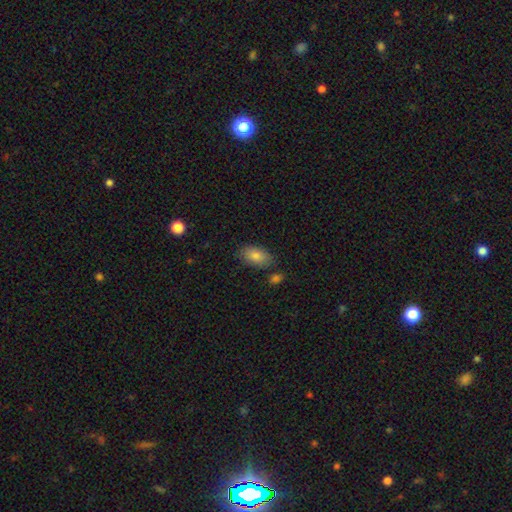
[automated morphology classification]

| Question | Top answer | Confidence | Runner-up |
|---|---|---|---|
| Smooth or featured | smooth | 82% | featured or disk (10%) |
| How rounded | in between | 91% | round (7%) |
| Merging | none | 79% | minor disturbance (13%) |